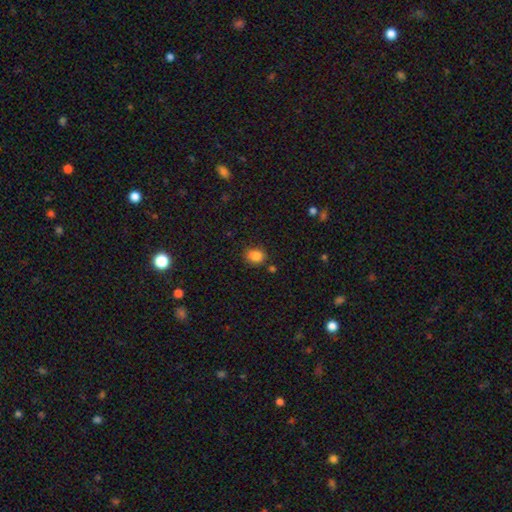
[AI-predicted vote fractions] smooth_or_featured: smooth (p=0.85) [alt: star or artifact p=0.10]
how_rounded: in between (p=0.50) [alt: round p=0.49]
merging: none (p=0.75) [alt: minor disturbance p=0.16]